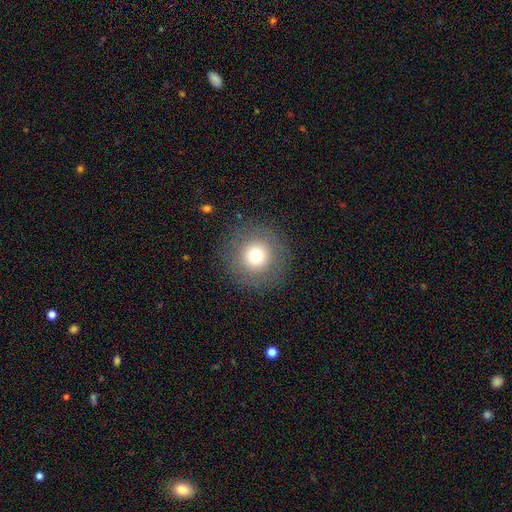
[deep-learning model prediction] A smooth galaxy with no disk features (73%) that is round (96%). Merging: none (88%).